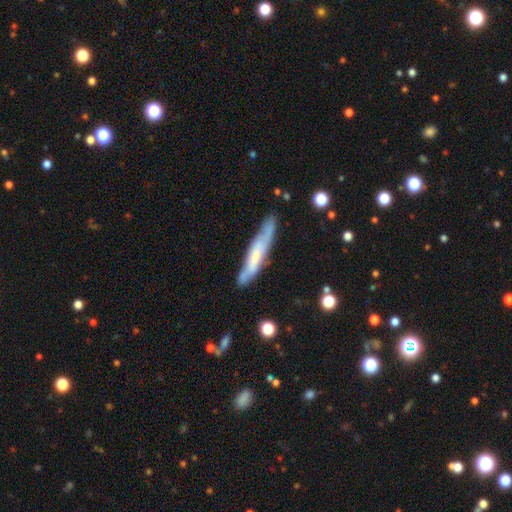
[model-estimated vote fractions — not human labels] Smooth or featured?
  - featured or disk: 49% *
  - smooth: 45%
  - star or artifact: 6%
Merging?
  - none: 71% *
  - minor disturbance: 21%
  - major disturbance: 5%
  - merger: 3%